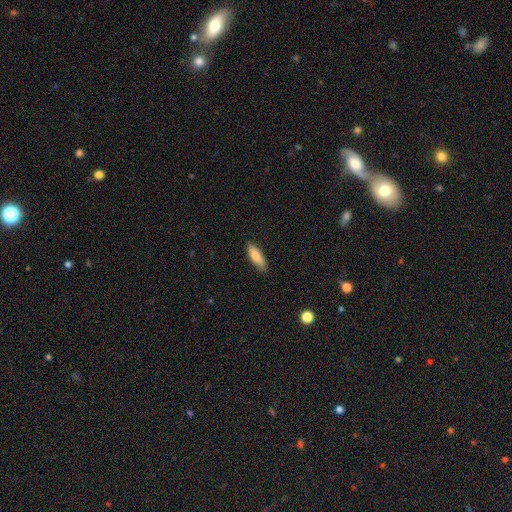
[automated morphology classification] Overall: smooth (83%). How rounded: cigar-shaped (50%; in between 49%). Merging: none (85%).